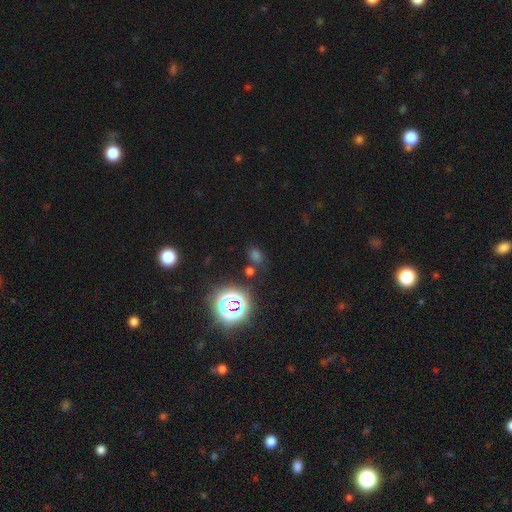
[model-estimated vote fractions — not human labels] A star or artifact, not a galaxy (48%).